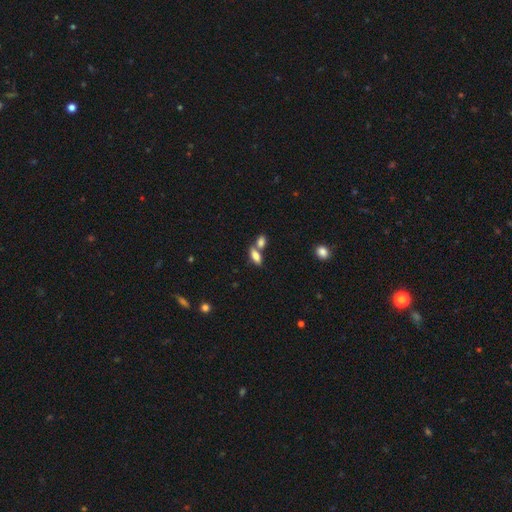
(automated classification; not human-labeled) Smooth or featured? Predicted: smooth (p=0.77). How rounded? Predicted: in between (p=0.79). Merging? Predicted: none (p=0.45).